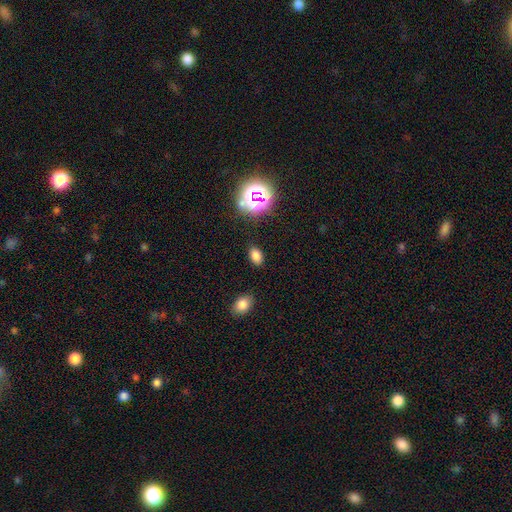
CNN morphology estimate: A smooth galaxy with no disk features (74%) that is in between round and cigar-shaped (84%).

Vote fractions:
- Smooth or featured? smooth: 74% / star or artifact: 19% / featured or disk: 6%
- How rounded? in between: 84% / round: 14% / cigar-shaped: 2%
- Merging? none: 86% / minor disturbance: 9% / major disturbance: 3% / merger: 2%